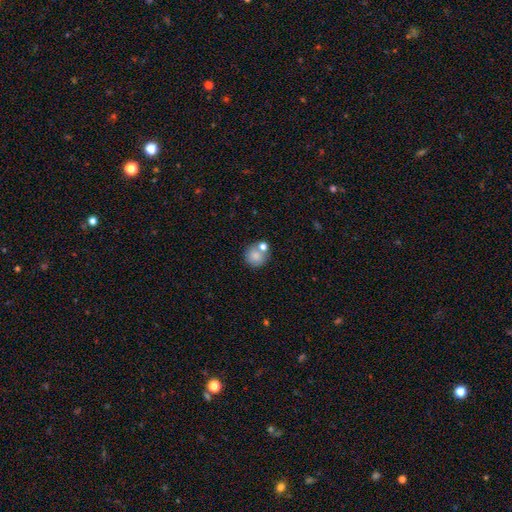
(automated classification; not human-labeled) Smooth or featured? smooth (81%)
How rounded? round (89%)
Merging? none (62%)